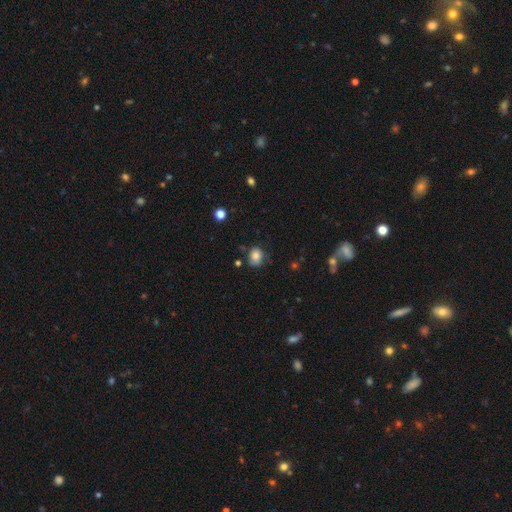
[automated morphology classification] smooth_or_featured: smooth (p=0.81) [alt: star or artifact p=0.11]
how_rounded: round (p=0.59) [alt: in between p=0.40]
merging: none (p=0.69) [alt: minor disturbance p=0.23]